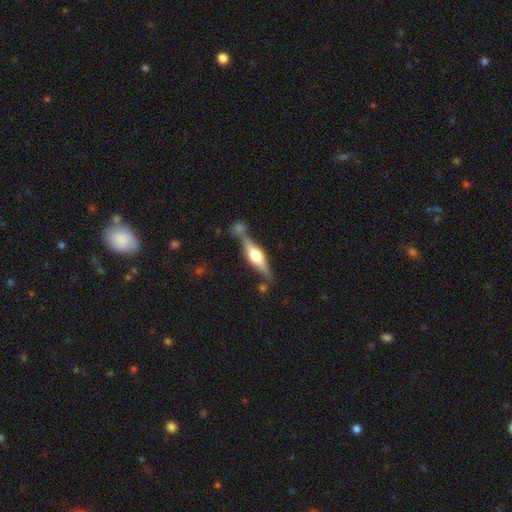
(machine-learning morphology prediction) This appears to be a featured or disk galaxy (67%) viewed edge-on (94%) with a rounded central bulge (91%). Merging: none (66%).